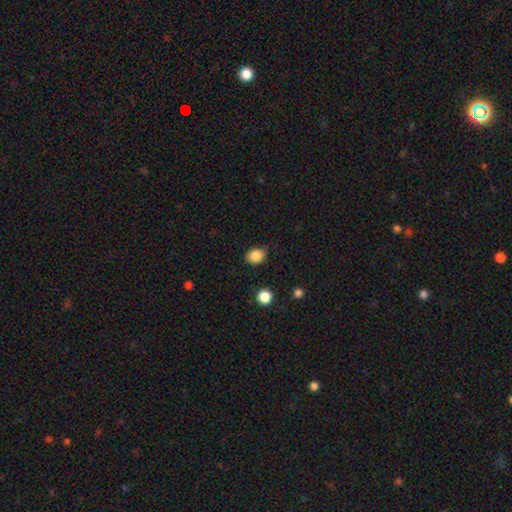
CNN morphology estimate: A smooth galaxy with no disk features (86%) that is in between round and cigar-shaped (53%).

Vote fractions:
- Smooth or featured? smooth: 86% / star or artifact: 10% / featured or disk: 4%
- How rounded? in between: 53% / round: 46% / cigar-shaped: 1%
- Merging? none: 75% / minor disturbance: 20% / major disturbance: 4% / merger: 2%